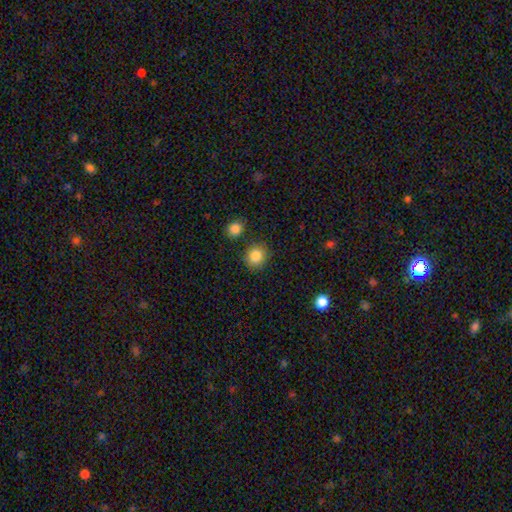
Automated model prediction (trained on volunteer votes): The model was most divided on "smooth or featured": smooth: 85%, star or artifact: 10%, featured or disk: 6%. More confident: how rounded — round (87%); merging — none (85%).